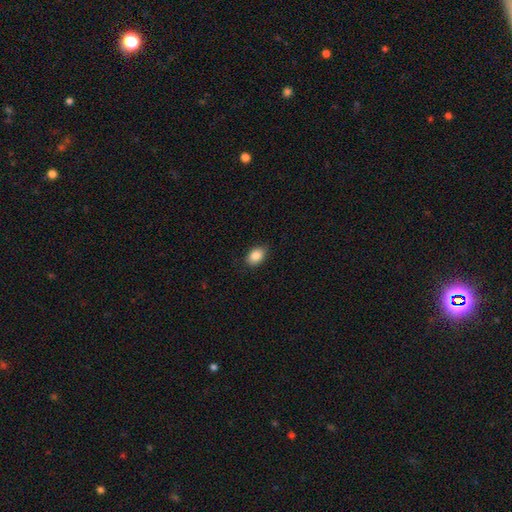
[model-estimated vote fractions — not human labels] A smooth galaxy with no disk features (87%) that is in between round and cigar-shaped (82%).

Vote fractions:
- Smooth or featured? smooth: 87% / star or artifact: 8% / featured or disk: 5%
- How rounded? in between: 82% / round: 17% / cigar-shaped: 1%
- Merging? none: 85% / minor disturbance: 12% / major disturbance: 2% / merger: 1%